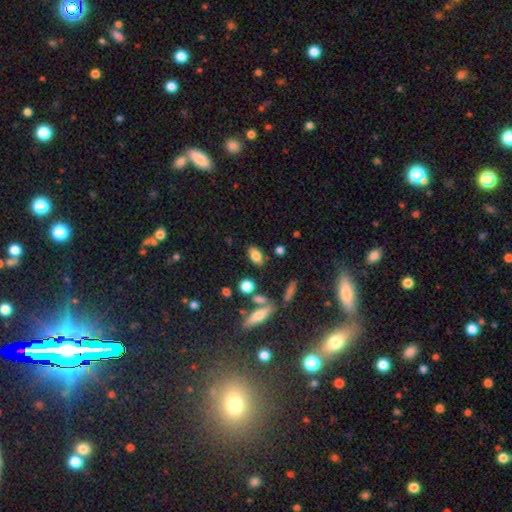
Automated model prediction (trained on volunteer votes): This appears to be a smooth galaxy with no disk features (77%) that is in between round and cigar-shaped (85%). Merging: none (76%).